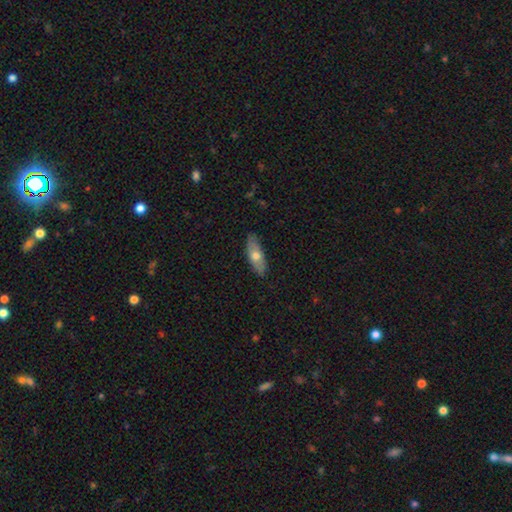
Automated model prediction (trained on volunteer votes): Q: Smooth or featured?
A: smooth (63%); runner-up: featured or disk (31%)
Q: How rounded?
A: in between (72%); runner-up: cigar-shaped (24%)
Q: Merging?
A: none (83%); runner-up: minor disturbance (13%)